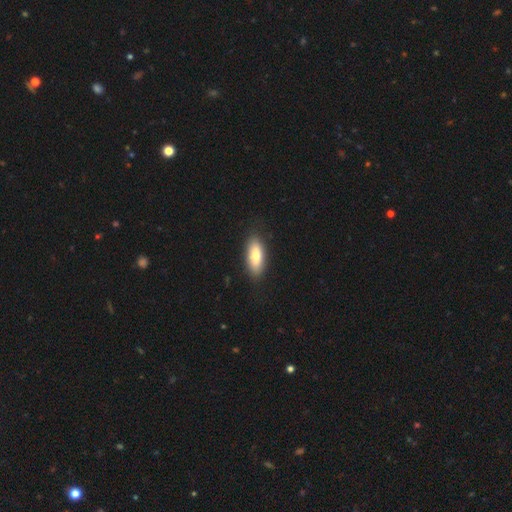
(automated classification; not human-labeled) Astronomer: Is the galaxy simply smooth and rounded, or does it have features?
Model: smooth — 77%.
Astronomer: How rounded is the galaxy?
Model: in between — 81%.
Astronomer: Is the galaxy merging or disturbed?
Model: none — 86%.